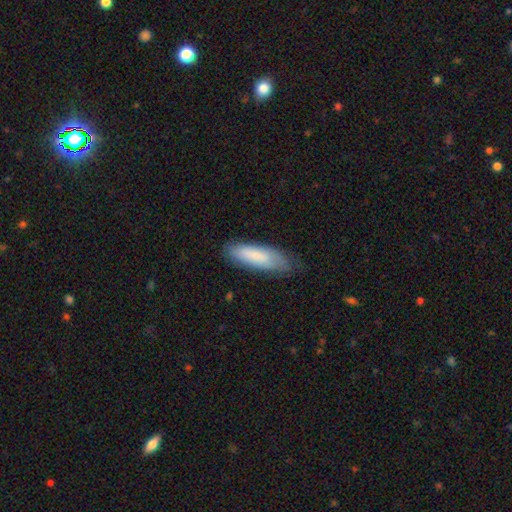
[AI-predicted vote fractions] Smooth or featured? Predicted: smooth (p=0.74). How rounded? Predicted: cigar-shaped (p=0.51). Merging? Predicted: none (p=0.69).